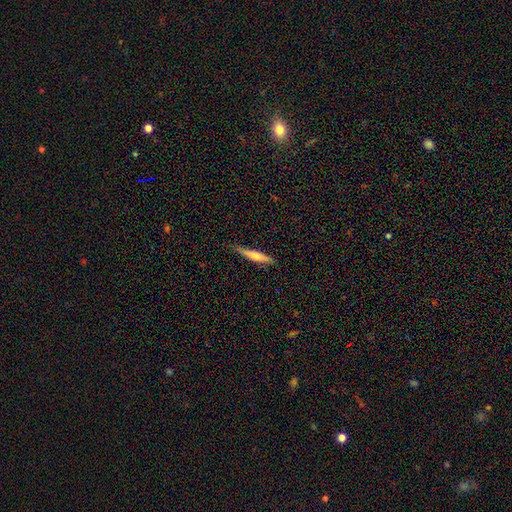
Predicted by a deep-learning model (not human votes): Morphology: type=smooth (47%, tied with featured or disk); merging=none (84%).